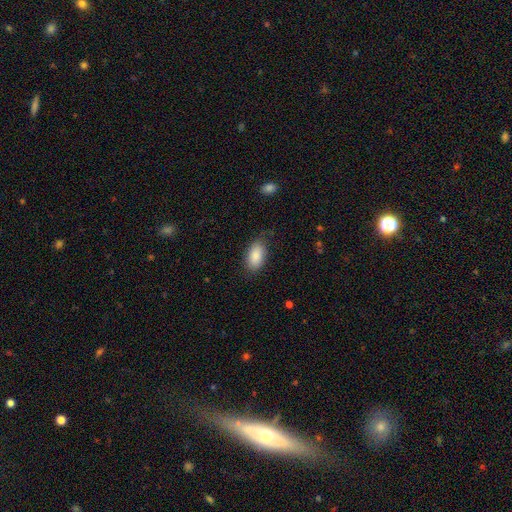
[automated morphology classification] smooth-or-featured: smooth: 87% | featured or disk: 7% | star or artifact: 6%
  how-rounded: in between: 93% | round: 4% | cigar-shaped: 2%
  merging: none: 77% | minor disturbance: 17% | major disturbance: 5% | merger: 1%